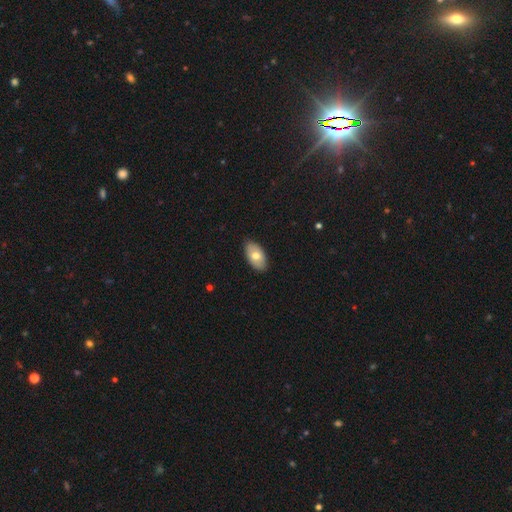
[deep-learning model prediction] A smooth galaxy with no disk features (68%) that is in between round and cigar-shaped (94%). Merging: none (87%).